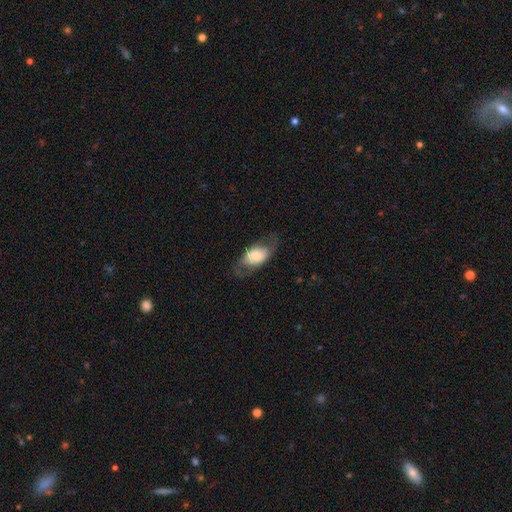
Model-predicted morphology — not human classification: The model was most divided on "smooth or featured": smooth: 57%, featured or disk: 36%, star or artifact: 7%. More confident: how rounded — in between (87%); merging — none (64%).